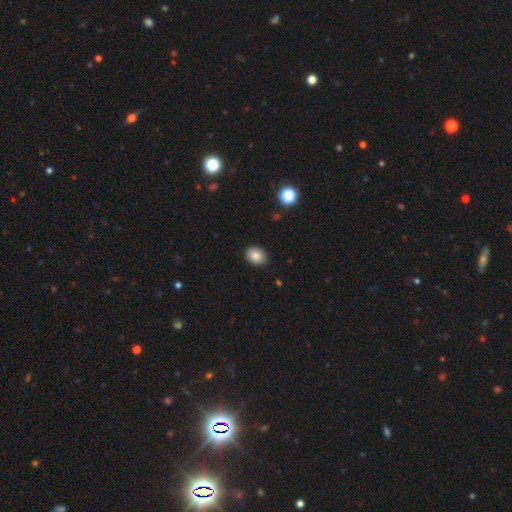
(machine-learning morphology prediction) The model was most divided on "how rounded": in between: 66%, round: 33%, cigar-shaped: 1%. More confident: merging — none (90%); smooth or featured — smooth (86%).